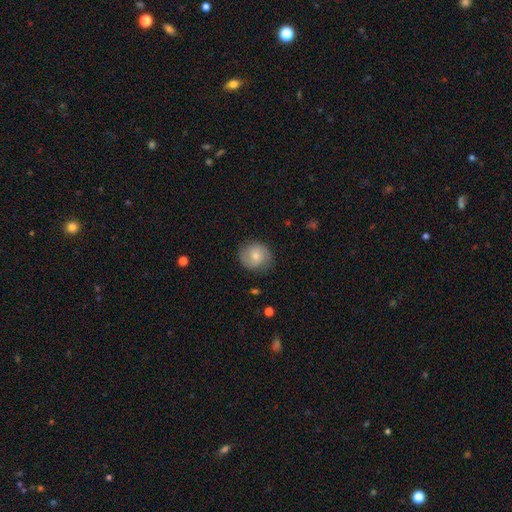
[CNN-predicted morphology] A smooth galaxy with no disk features (60%) that is round (83%). Merging: none (80%).